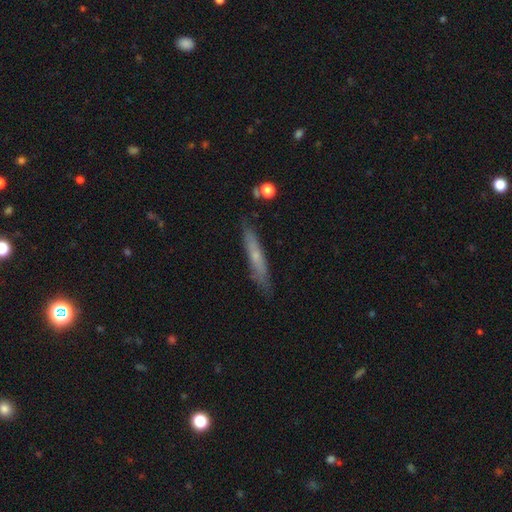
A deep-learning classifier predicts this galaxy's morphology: A smooth galaxy with no disk features (49%).

Vote fractions:
- Smooth or featured? smooth: 49% / featured or disk: 44% / star or artifact: 7%
- Merging? none: 84% / minor disturbance: 12% / major disturbance: 2% / merger: 2%